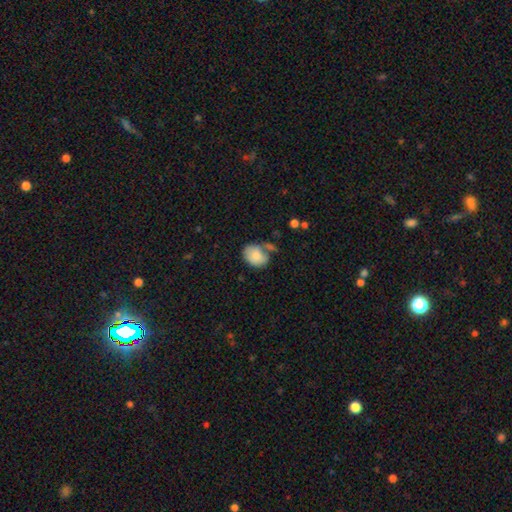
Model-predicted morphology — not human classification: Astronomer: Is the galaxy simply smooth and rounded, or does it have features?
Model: smooth — 79%.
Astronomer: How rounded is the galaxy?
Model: in between — 67%.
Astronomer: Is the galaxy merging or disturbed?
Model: none — 43% (runner-up: minor disturbance, 25%).